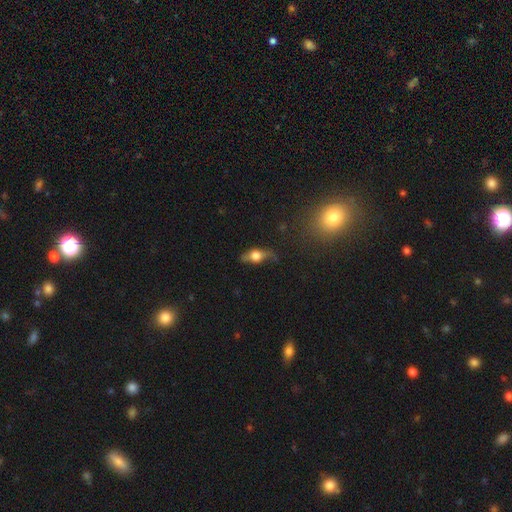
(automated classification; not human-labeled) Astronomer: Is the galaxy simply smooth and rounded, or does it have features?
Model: smooth — 48% (runner-up: featured or disk, 42%).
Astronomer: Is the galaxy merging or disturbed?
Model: none — 52%.